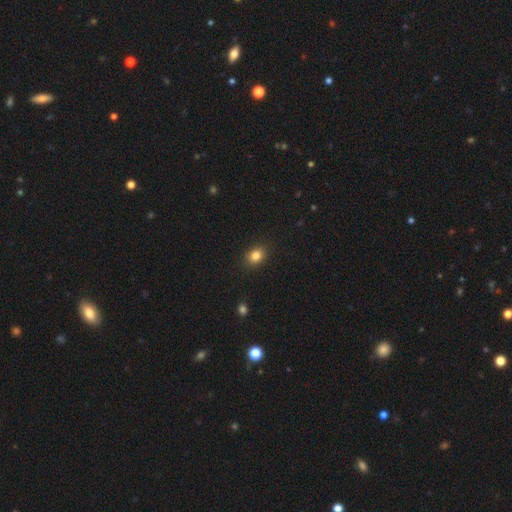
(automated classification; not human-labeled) Morphology: type=smooth (83%); roundness=in between (59%); merging=none (89%).